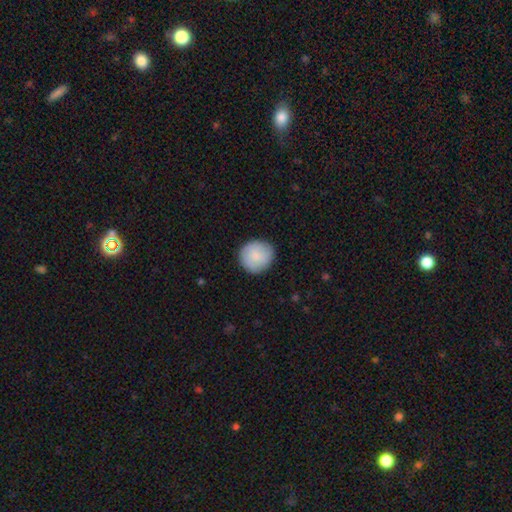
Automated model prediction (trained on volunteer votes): Morphology: type=smooth (84%); roundness=round (92%); merging=none (88%).